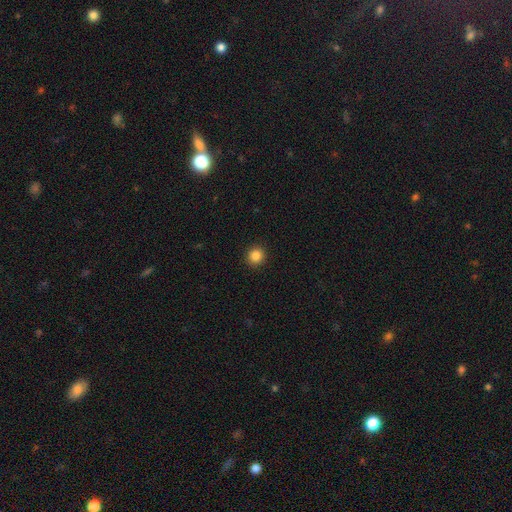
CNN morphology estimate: The model was most divided on "smooth or featured": smooth: 85%, star or artifact: 11%, featured or disk: 4%. More confident: merging — none (93%); how rounded — round (92%).